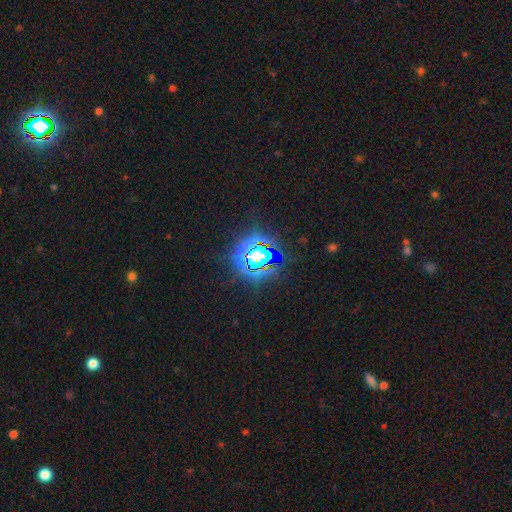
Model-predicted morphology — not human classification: Smooth or featured? Predicted: star or artifact (p=0.72).